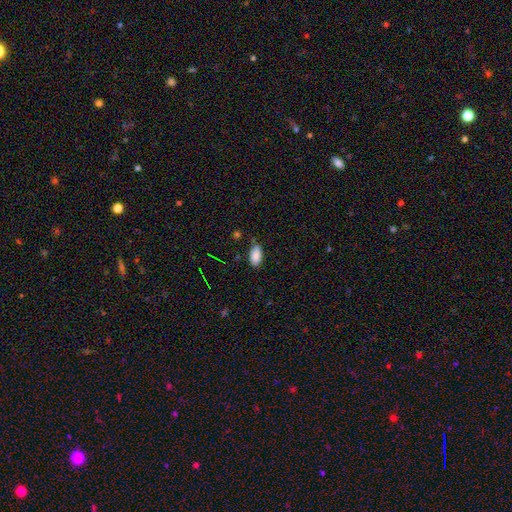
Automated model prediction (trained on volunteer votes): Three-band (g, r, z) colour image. It shows a smooth galaxy with no disk features (87%) that is in between round and cigar-shaped (93%). Merging: none (78%).